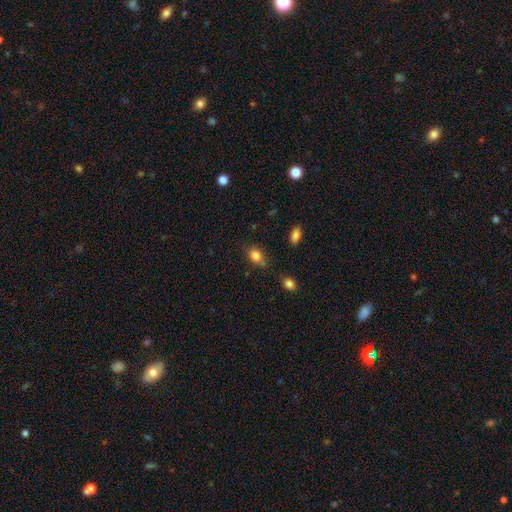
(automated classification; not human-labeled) smooth 82%, star or artifact 11%, featured or disk 7%. Down the decision tree: how rounded — in between (55%); merging — none (62%).